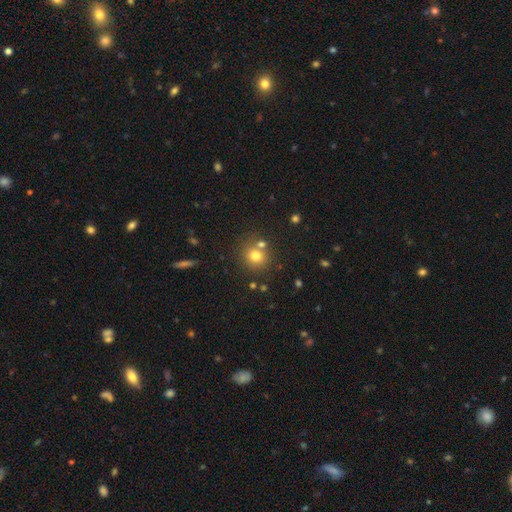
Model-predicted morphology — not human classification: Smooth or featured? smooth (75%)
How rounded? round (87%)
Merging? none (70%)